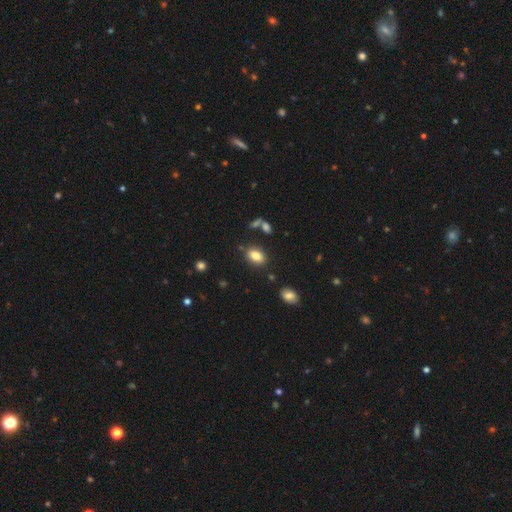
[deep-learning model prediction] Smooth or featured? Predicted: smooth (p=0.84). How rounded? Predicted: in between (p=0.84). Merging? Predicted: none (p=0.80).